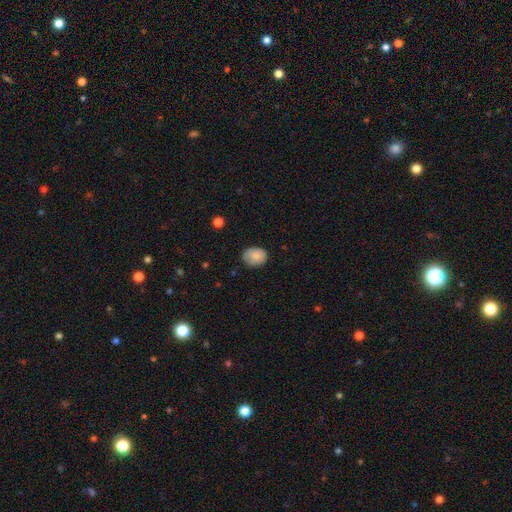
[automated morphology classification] Smooth or featured: smooth — 84% (featured or disk — 9%)
How rounded: in between — 55% (round — 44%)
Merging: none — 78% (minor disturbance — 18%)